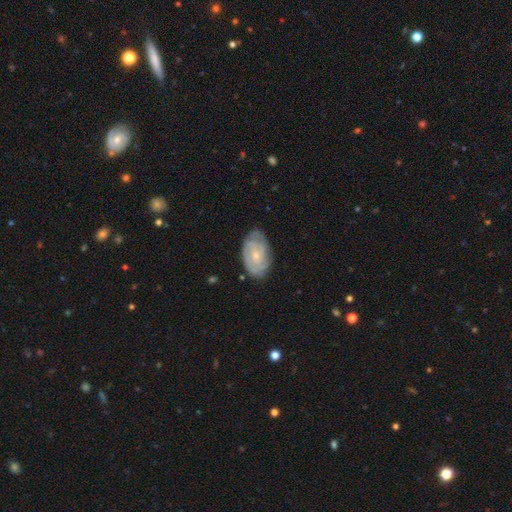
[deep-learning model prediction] featured or disk 68%, smooth 26%, star or artifact 6%. Down the decision tree: edge-on disk — no (96%); bar — no (72%); spiral arms — yes (87%); spiral arm count — can't tell (44%); spiral winding — tight (64%); bulge size — small (68%); merging — none (73%).